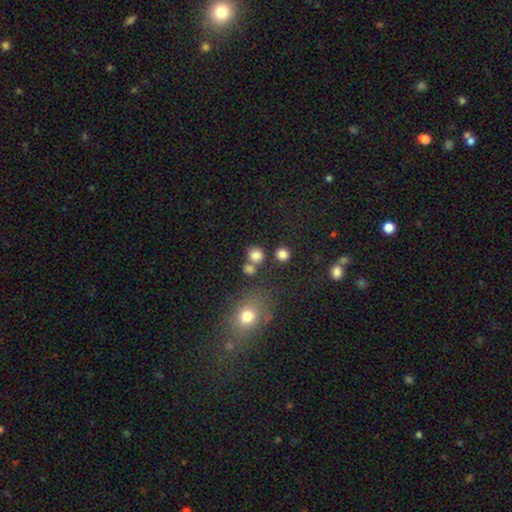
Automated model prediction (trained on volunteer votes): smooth_or_featured: smooth (p=0.80) [alt: star or artifact p=0.13]
how_rounded: round (p=0.80) [alt: in between p=0.19]
merging: none (p=0.62) [alt: merger p=0.24]